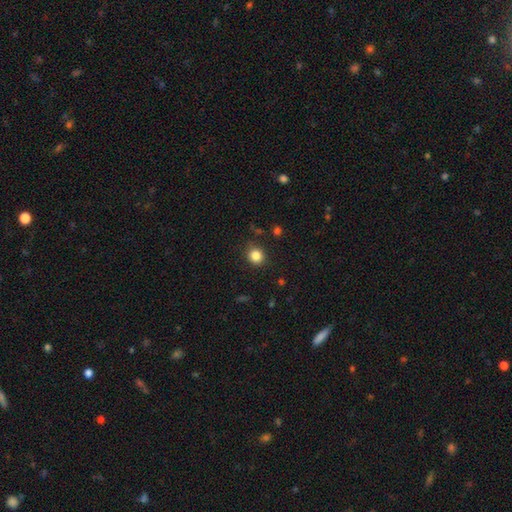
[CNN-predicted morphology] Smooth or featured? smooth (83%)
How rounded? round (83%)
Merging? none (86%)